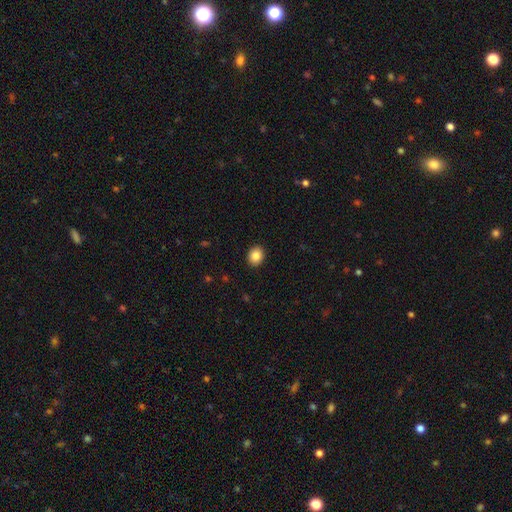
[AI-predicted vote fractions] smooth 87%, star or artifact 9%, featured or disk 5%. Down the decision tree: how rounded — round (55%); merging — none (91%).